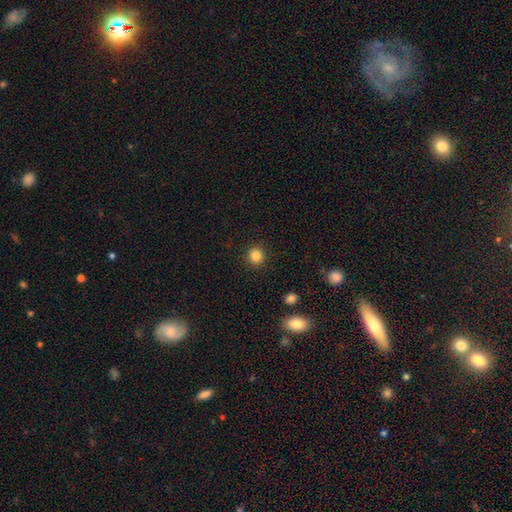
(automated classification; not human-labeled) smooth_or_featured: smooth (p=0.85) [alt: star or artifact p=0.11]
how_rounded: round (p=0.90) [alt: in between p=0.09]
merging: none (p=0.91) [alt: minor disturbance p=0.06]